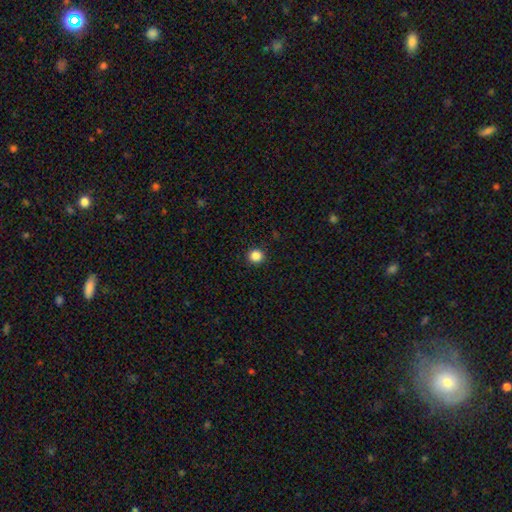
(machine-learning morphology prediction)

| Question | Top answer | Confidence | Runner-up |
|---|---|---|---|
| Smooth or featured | smooth | 86% | star or artifact (11%) |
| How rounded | round | 93% | in between (6%) |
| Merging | none | 93% | minor disturbance (5%) |